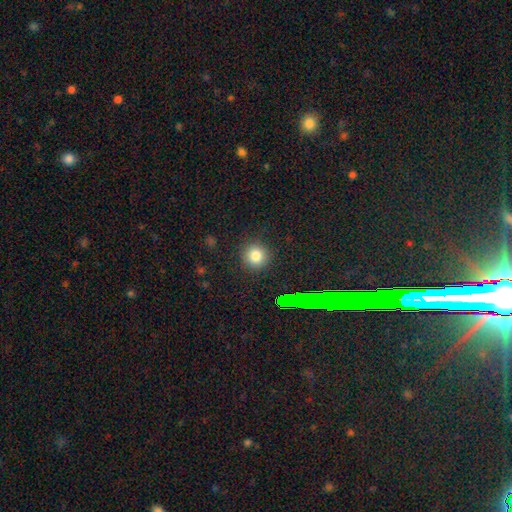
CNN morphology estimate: Q: Smooth or featured?
A: smooth (78%); runner-up: star or artifact (15%)
Q: How rounded?
A: round (94%); runner-up: in between (5%)
Q: Merging?
A: none (89%); runner-up: minor disturbance (7%)